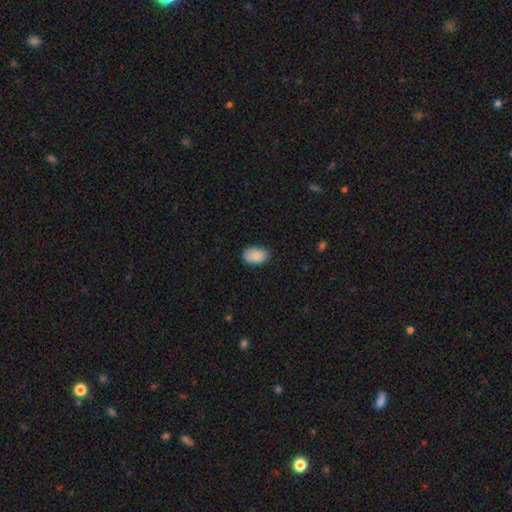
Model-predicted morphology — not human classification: Smooth or featured? Predicted: smooth (p=0.87). How rounded? Predicted: in between (p=0.89). Merging? Predicted: none (p=0.81).